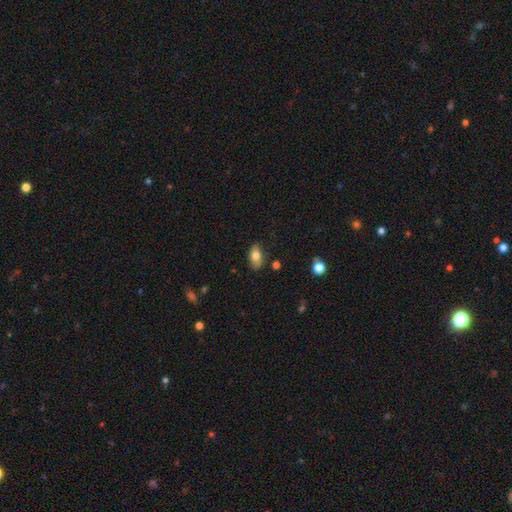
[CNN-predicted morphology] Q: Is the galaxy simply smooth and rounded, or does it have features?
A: smooth — 77%.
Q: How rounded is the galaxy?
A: in between — 90%.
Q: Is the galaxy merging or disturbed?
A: none — 77%.